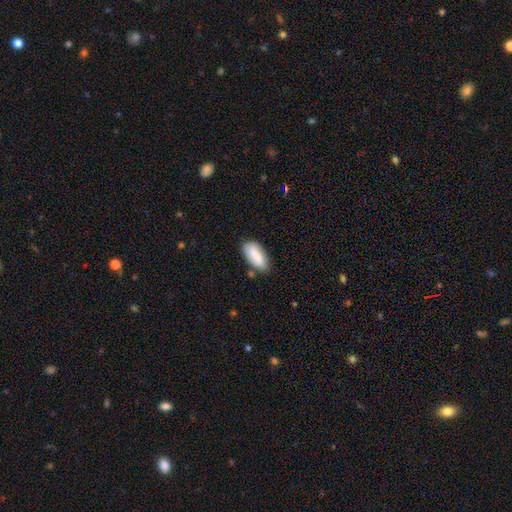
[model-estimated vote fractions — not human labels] The model was most divided on "merging": none: 69%, minor disturbance: 22%, merger: 5%, major disturbance: 5%. More confident: how rounded — in between (88%); smooth or featured — smooth (79%).